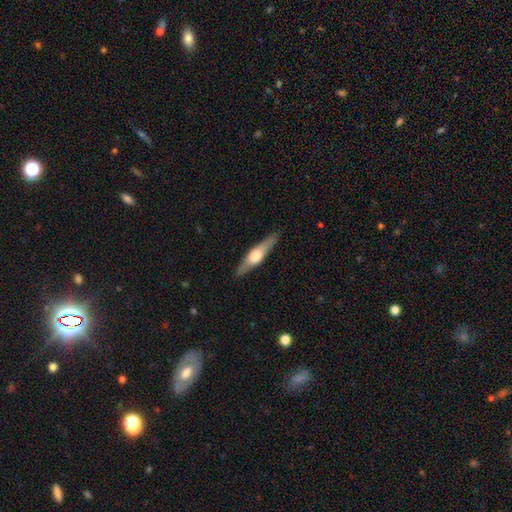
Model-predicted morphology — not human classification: This appears to be a featured or disk galaxy (64%) viewed edge-on (96%) with a rounded central bulge (88%). Merging: none (89%).